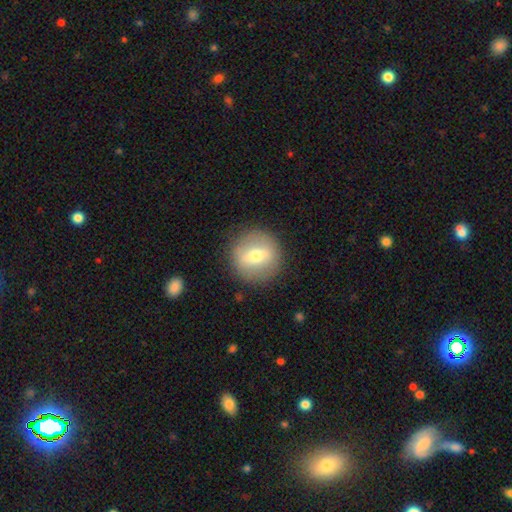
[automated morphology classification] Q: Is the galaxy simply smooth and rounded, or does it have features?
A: smooth — 52%.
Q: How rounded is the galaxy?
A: round — 90%.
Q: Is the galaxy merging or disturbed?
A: none — 88%.